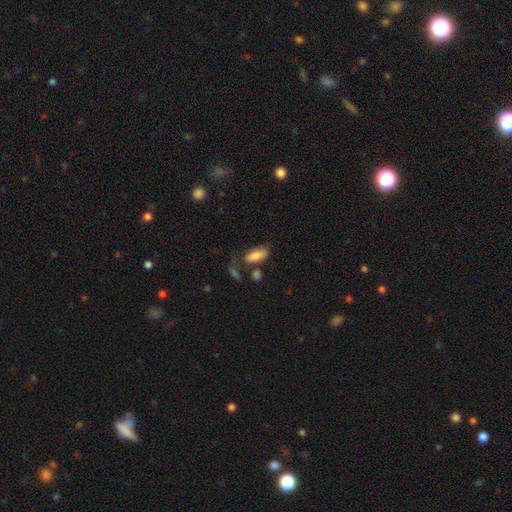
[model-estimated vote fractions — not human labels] Overall: smooth (80%). How rounded: in between (83%). Merging: none (56%; minor disturbance 21%).